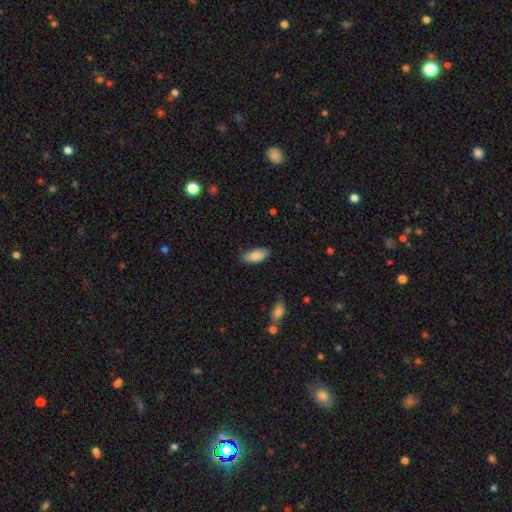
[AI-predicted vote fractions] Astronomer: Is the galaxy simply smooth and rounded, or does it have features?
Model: smooth — 84%.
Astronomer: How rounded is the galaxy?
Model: in between — 89%.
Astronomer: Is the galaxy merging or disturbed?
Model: none — 82%.